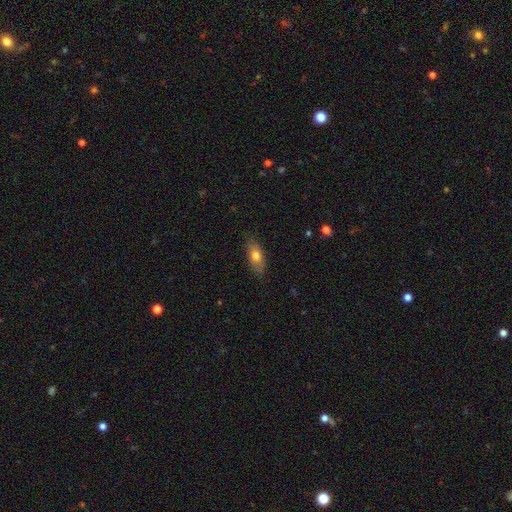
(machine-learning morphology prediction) Smooth or featured? smooth (72%)
How rounded? in between (80%)
Merging? none (82%)